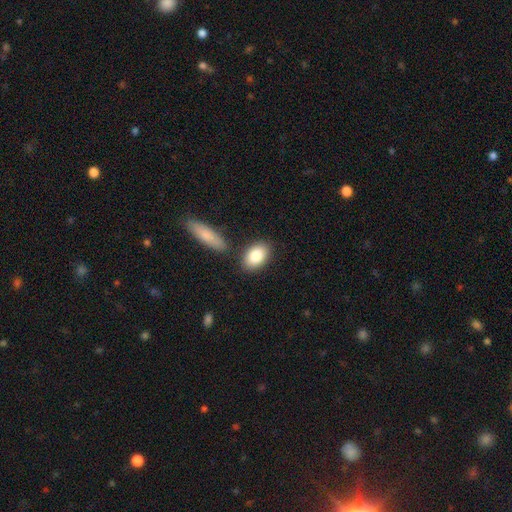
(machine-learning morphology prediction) A smooth galaxy with no disk features (86%) that is in between round and cigar-shaped (88%). Merging: none (78%).